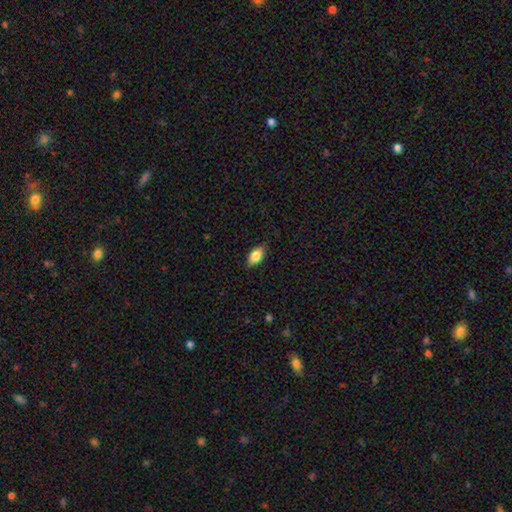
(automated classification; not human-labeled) Overall: smooth (80%). How rounded: in between (89%). Merging: none (85%).